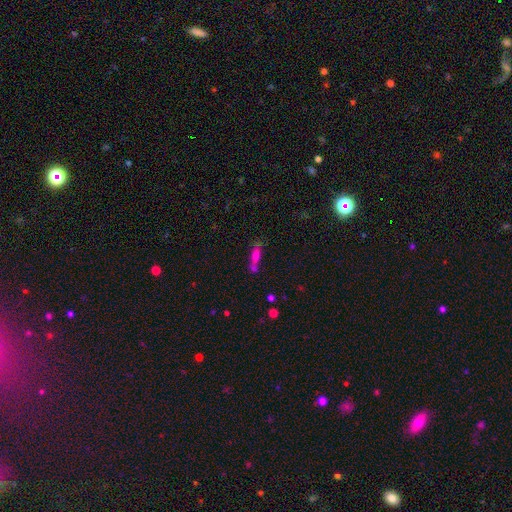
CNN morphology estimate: smooth_or_featured: smooth (p=0.56) [alt: featured or disk p=0.28]
how_rounded: cigar-shaped (p=0.65) [alt: in between p=0.31]
merging: none (p=0.47) [alt: merger p=0.27]